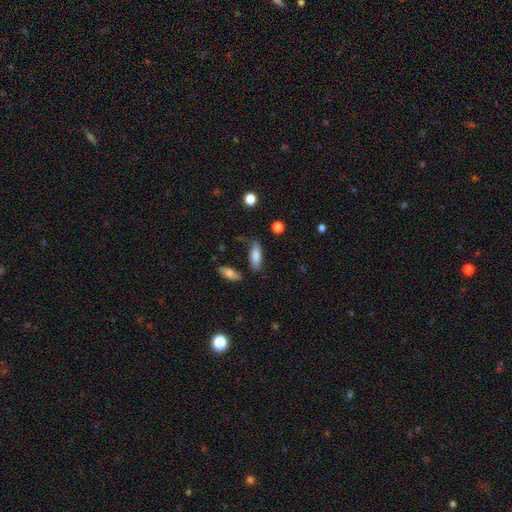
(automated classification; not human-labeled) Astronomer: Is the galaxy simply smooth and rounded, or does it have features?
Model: smooth — 83%.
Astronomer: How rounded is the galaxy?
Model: in between — 62%.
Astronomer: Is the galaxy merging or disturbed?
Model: none — 71%.